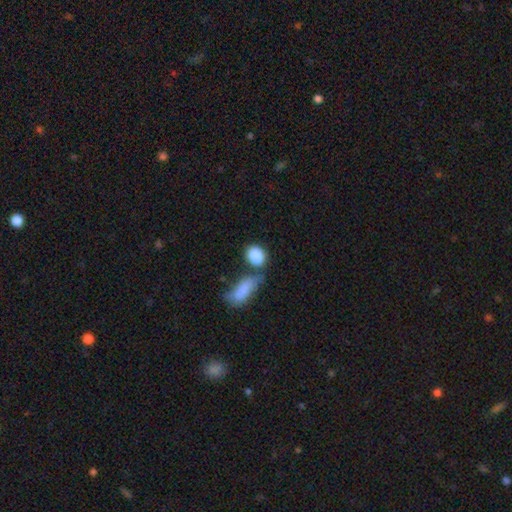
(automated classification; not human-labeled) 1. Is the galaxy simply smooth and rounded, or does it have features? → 87% smooth, 7% star or artifact, 6% featured or disk.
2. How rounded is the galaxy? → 62% in between, 34% round, 4% cigar-shaped.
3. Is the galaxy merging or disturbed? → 50% none, 30% merger, 14% minor disturbance, 6% major disturbance.